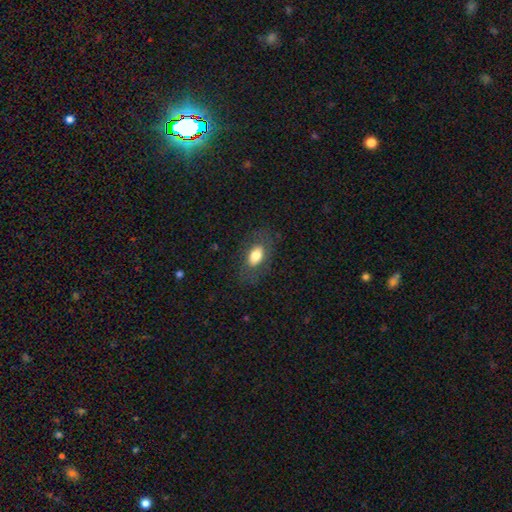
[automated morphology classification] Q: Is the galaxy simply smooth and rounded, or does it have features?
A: smooth — 71%.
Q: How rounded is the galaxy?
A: in between — 89%.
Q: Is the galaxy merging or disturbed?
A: none — 75%.